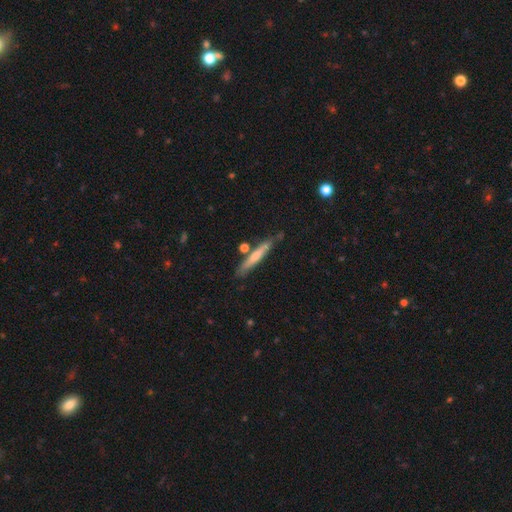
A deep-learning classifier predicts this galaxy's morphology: Smooth or featured? smooth (59%)
How rounded? cigar-shaped (94%)
Merging? none (76%)